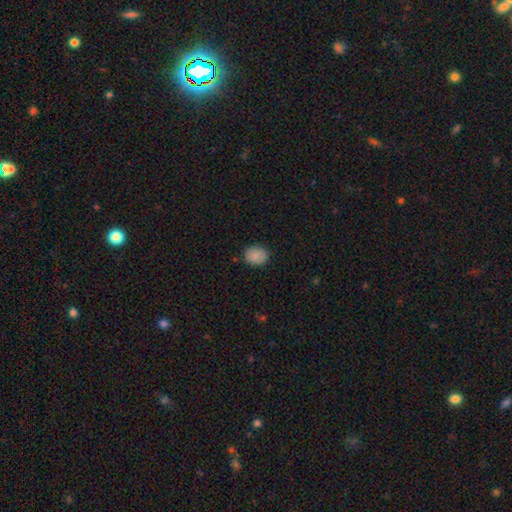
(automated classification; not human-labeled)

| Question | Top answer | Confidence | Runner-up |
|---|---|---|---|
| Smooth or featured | smooth | 87% | star or artifact (8%) |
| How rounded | round | 53% | in between (46%) |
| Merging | none | 84% | minor disturbance (12%) |